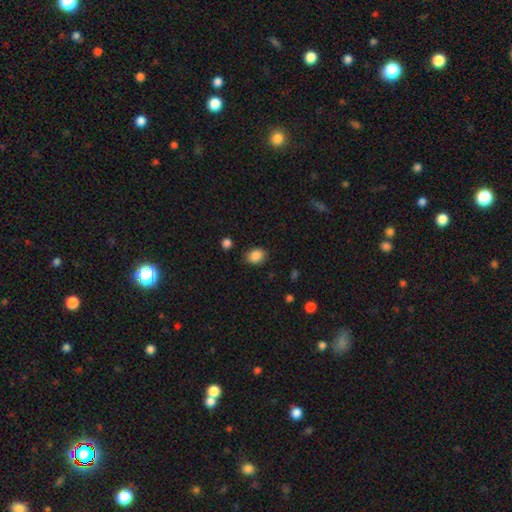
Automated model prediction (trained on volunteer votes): Smooth or featured? smooth (87%)
How rounded? in between (63%)
Merging? none (82%)